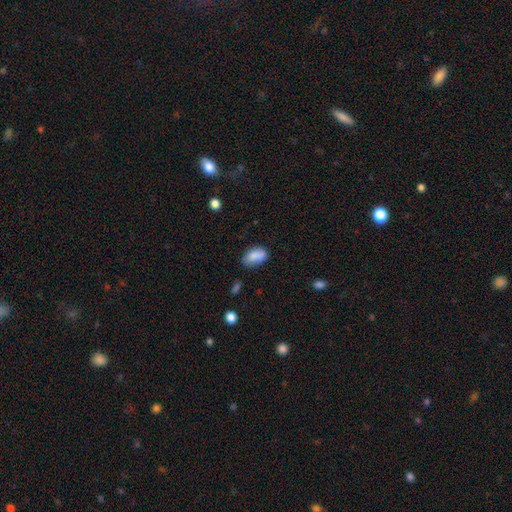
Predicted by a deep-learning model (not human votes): Smooth or featured?
  - smooth: 83% *
  - featured or disk: 9%
  - star or artifact: 8%
How rounded?
  - in between: 90% *
  - round: 7%
  - cigar-shaped: 3%
Merging?
  - none: 58% *
  - minor disturbance: 27%
  - merger: 8%
  - major disturbance: 7%